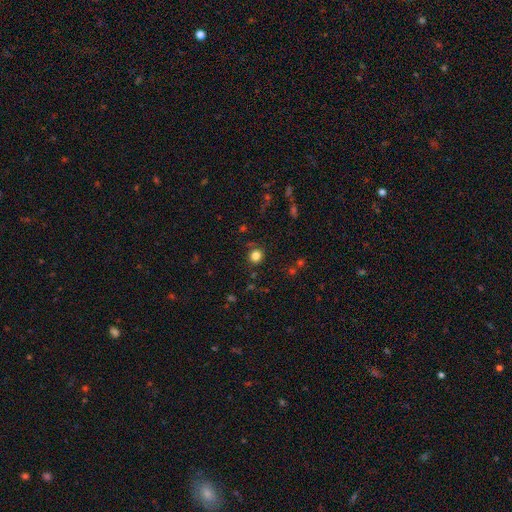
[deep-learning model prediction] smooth-or-featured: smooth: 82% | star or artifact: 13% | featured or disk: 5%
  how-rounded: round: 90% | in between: 9% | cigar-shaped: 1%
  merging: none: 86% | minor disturbance: 9% | major disturbance: 3% | merger: 2%